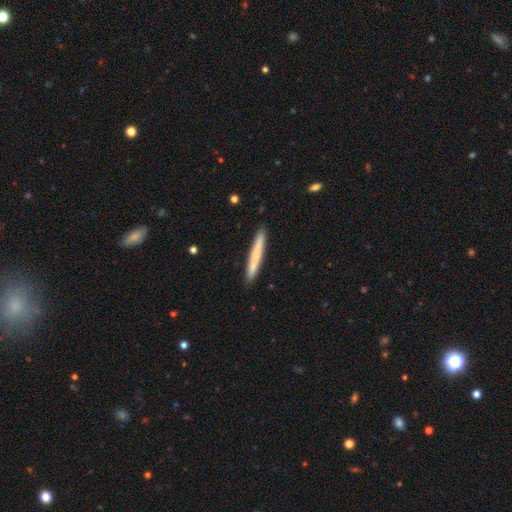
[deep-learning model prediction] smooth_or_featured: smooth (p=0.70) [alt: featured or disk p=0.24]
how_rounded: cigar-shaped (p=0.97) [alt: in between p=0.02]
merging: none (p=0.91) [alt: minor disturbance p=0.06]